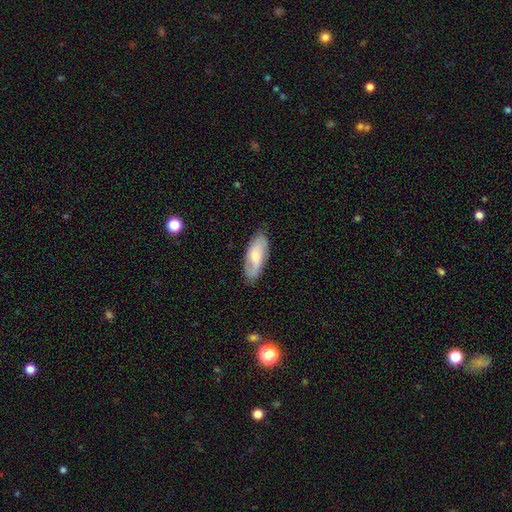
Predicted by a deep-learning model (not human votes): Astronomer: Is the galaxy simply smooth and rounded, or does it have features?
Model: smooth — 50% (runner-up: featured or disk, 44%).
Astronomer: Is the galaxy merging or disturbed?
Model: none — 80%.